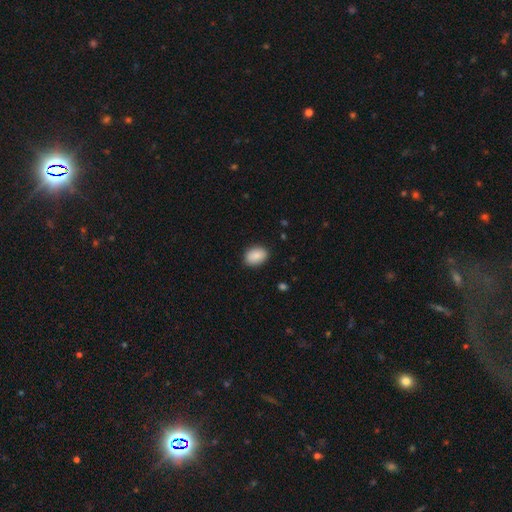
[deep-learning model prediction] Overall: smooth (88%). How rounded: in between (78%). Merging: none (87%).